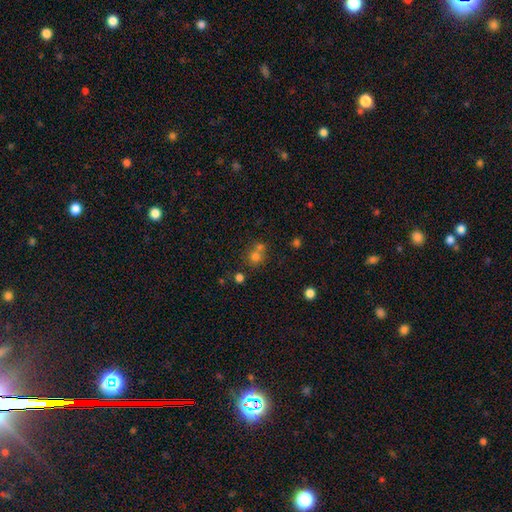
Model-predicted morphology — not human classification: smooth-or-featured: smooth: 64% | star or artifact: 25% | featured or disk: 11%
  how-rounded: round: 85% | in between: 14% | cigar-shaped: 1%
  merging: none: 52% | merger: 38% | minor disturbance: 7% | major disturbance: 3%